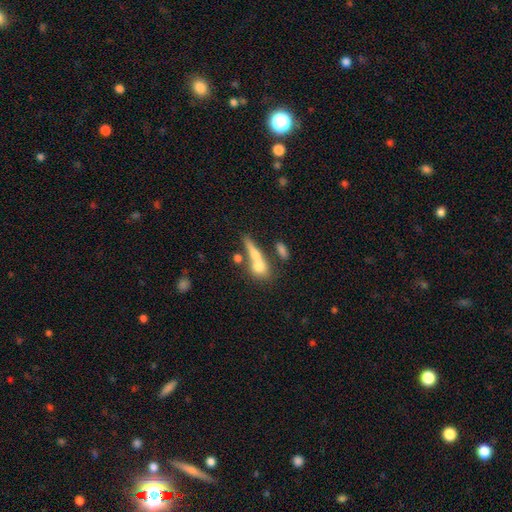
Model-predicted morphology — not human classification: A smooth galaxy with no disk features (62%) that is cigar-shaped (46%). Merging: merger (43%).